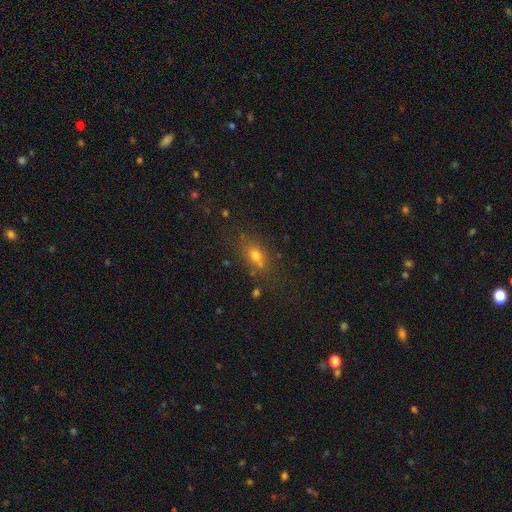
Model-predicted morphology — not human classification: Smooth or featured? Predicted: smooth (p=0.66). How rounded? Predicted: in between (p=0.65). Merging? Predicted: none (p=0.67).